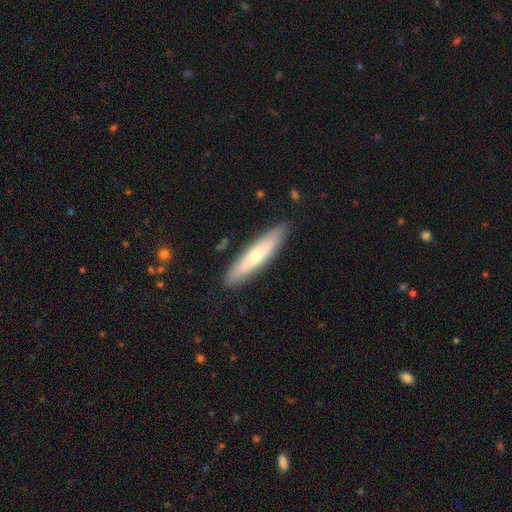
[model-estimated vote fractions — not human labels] Q: Smooth or featured?
A: smooth (56%); runner-up: featured or disk (38%)
Q: How rounded?
A: cigar-shaped (81%); runner-up: in between (17%)
Q: Merging?
A: none (87%); runner-up: minor disturbance (10%)